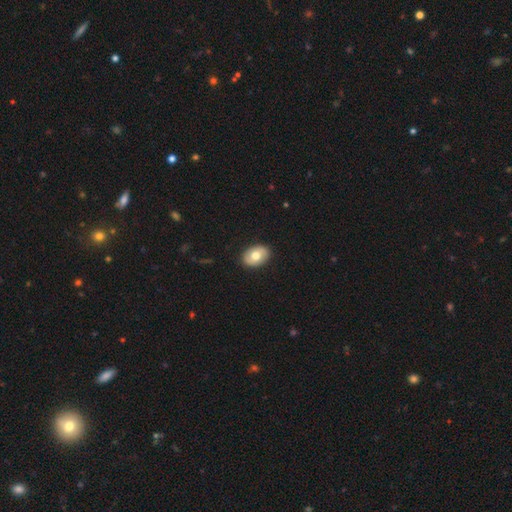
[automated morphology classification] Overall: smooth (71%). How rounded: in between (80%). Merging: none (89%).